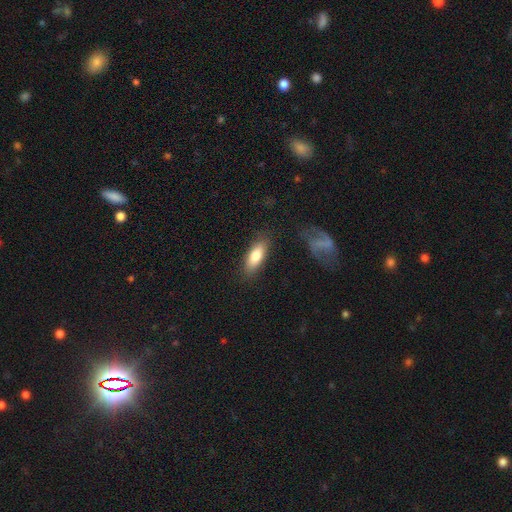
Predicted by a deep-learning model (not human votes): Smooth or featured? Predicted: smooth (p=0.77). How rounded? Predicted: in between (p=0.70). Merging? Predicted: none (p=0.82).